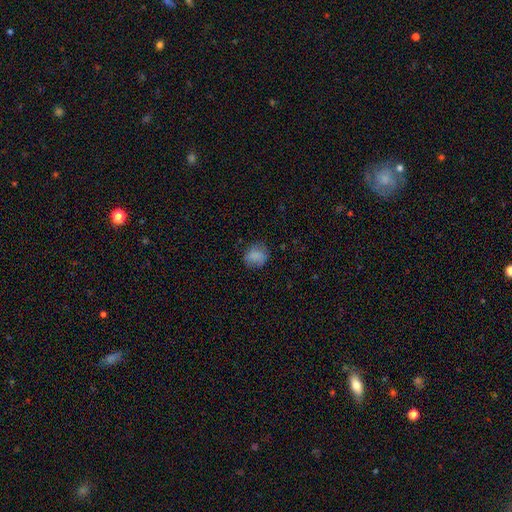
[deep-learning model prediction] This appears to be a smooth galaxy with no disk features (82%) that is round (67%). Merging: none (74%).